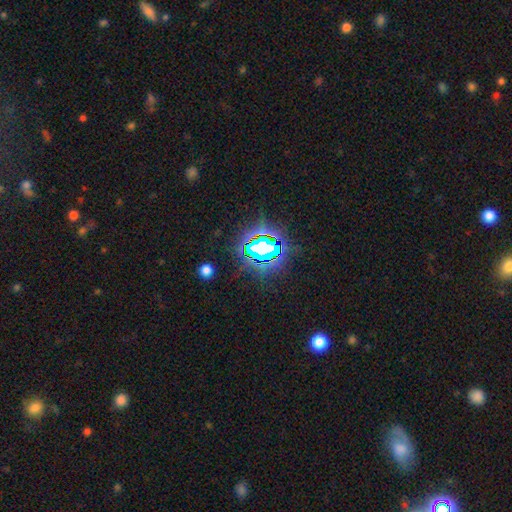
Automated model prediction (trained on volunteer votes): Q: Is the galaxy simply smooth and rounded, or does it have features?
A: star or artifact — 74%.